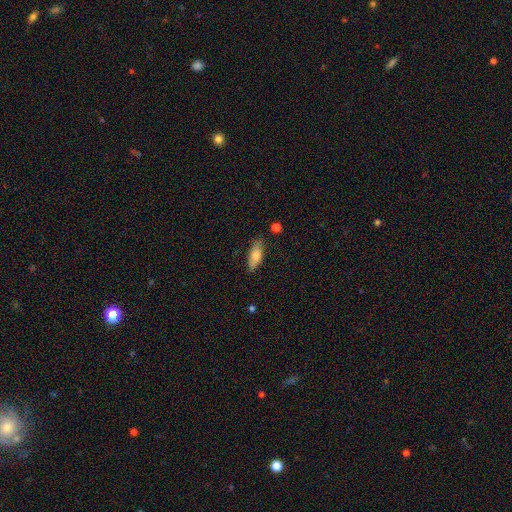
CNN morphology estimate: smooth 70%, featured or disk 24%, star or artifact 7%. Down the decision tree: how rounded — in between (71%); merging — none (81%).